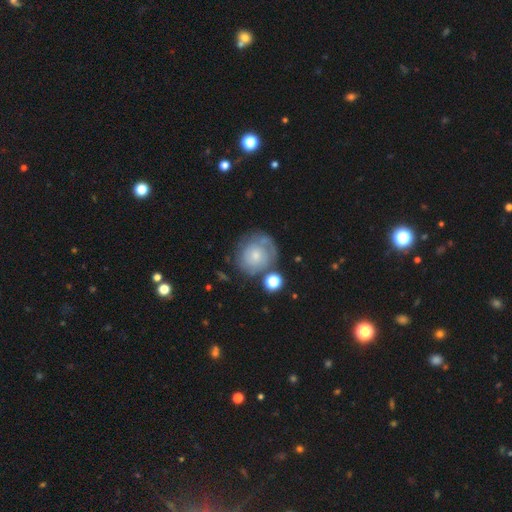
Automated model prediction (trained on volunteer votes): A featured or disk galaxy (50%). Merging: none (59%).